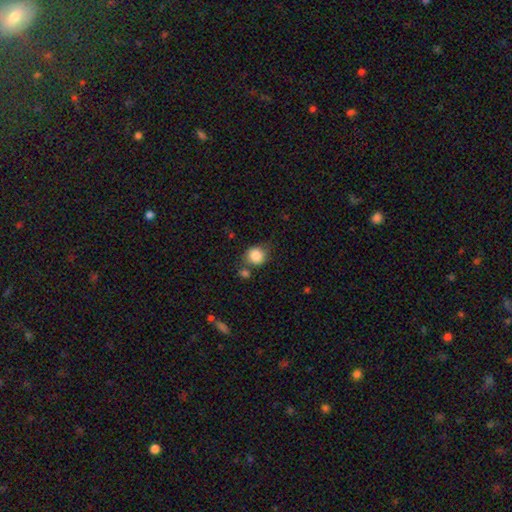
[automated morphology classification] Smooth or featured? smooth (85%)
How rounded? round (84%)
Merging? none (60%)